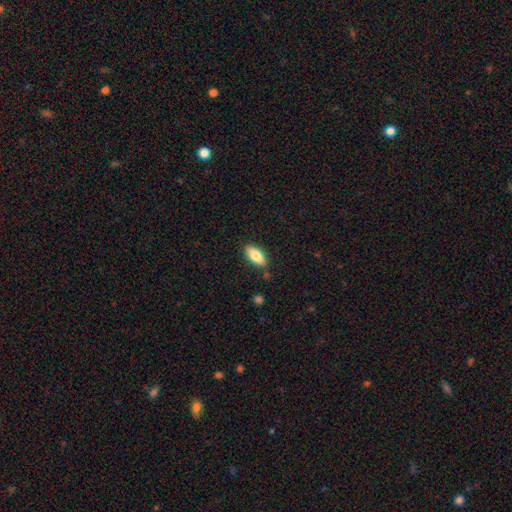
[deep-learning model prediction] The model was most divided on "smooth or featured": smooth: 77%, featured or disk: 17%, star or artifact: 6%. More confident: merging — none (85%); how rounded — in between (85%).